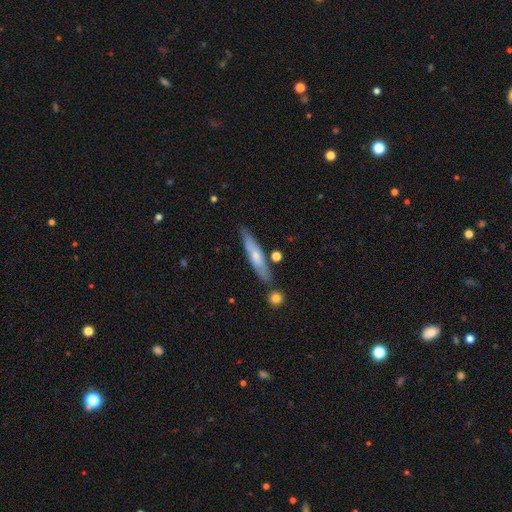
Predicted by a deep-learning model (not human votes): Overall: smooth (52%; featured or disk 42%). How rounded: cigar-shaped (84%). Merging: none (78%).